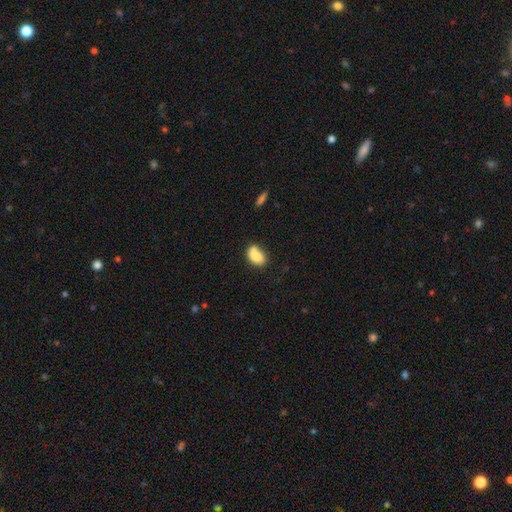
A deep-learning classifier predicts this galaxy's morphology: type=smooth (80%); roundness=in between (84%); merging=none (48%).